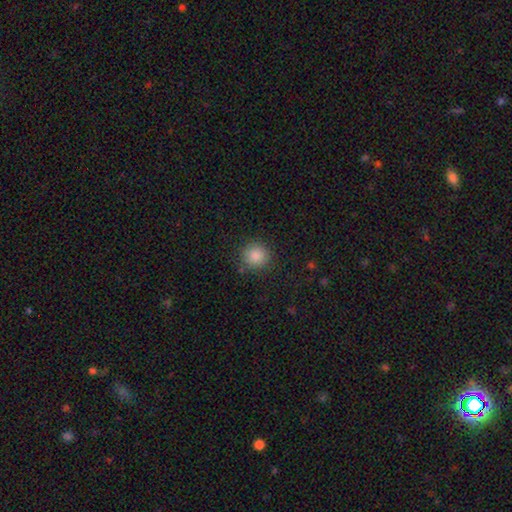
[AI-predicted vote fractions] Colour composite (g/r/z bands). It shows a smooth galaxy with no disk features (87%) that is round (92%). Merging: none (86%).